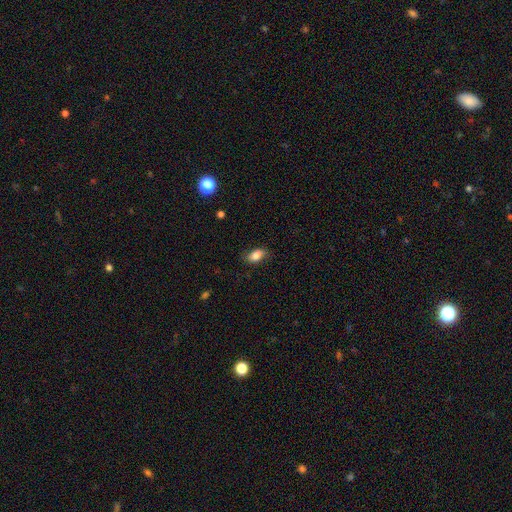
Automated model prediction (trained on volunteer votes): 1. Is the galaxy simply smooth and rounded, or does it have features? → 82% smooth, 10% featured or disk, 8% star or artifact.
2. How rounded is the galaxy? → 89% in between, 7% round, 4% cigar-shaped.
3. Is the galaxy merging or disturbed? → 77% none, 18% minor disturbance, 4% major disturbance, 1% merger.